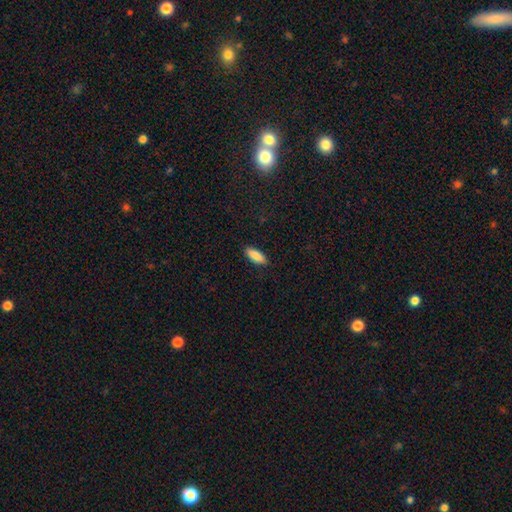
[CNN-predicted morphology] smooth_or_featured: smooth (p=0.88) [alt: star or artifact p=0.06]
how_rounded: in between (p=0.75) [alt: cigar-shaped p=0.23]
merging: none (p=0.88) [alt: minor disturbance p=0.09]